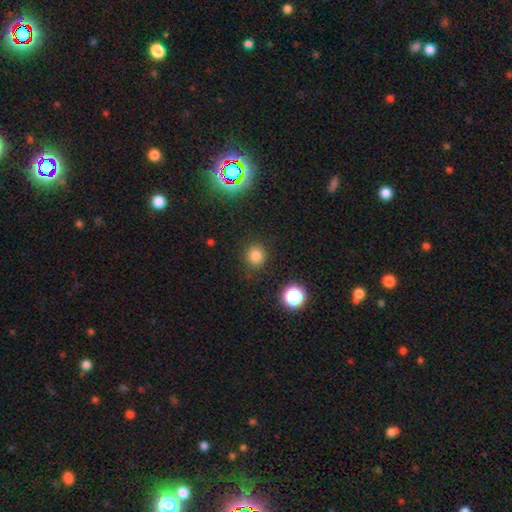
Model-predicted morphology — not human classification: Smooth or featured?
  - smooth: 79% *
  - star or artifact: 16%
  - featured or disk: 5%
How rounded?
  - round: 90% *
  - in between: 9%
  - cigar-shaped: 1%
Merging?
  - none: 88% *
  - minor disturbance: 8%
  - major disturbance: 3%
  - merger: 2%